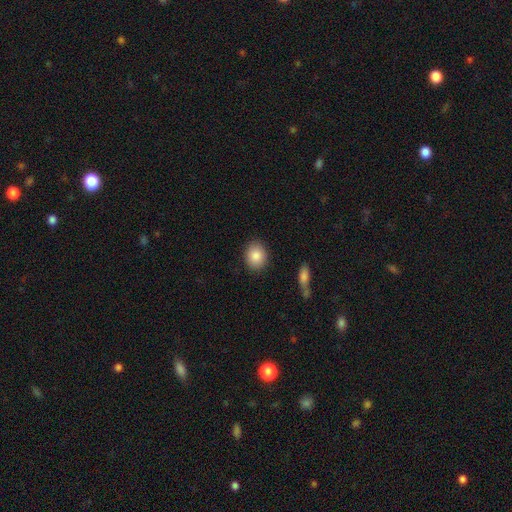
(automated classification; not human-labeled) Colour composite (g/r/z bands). It shows a smooth galaxy with no disk features (87%) that is round (52%). Merging: none (88%).